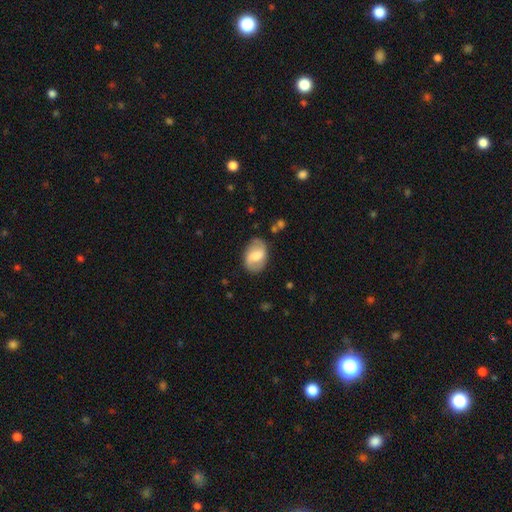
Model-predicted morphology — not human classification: The model was most divided on "smooth or featured": featured or disk: 50%, smooth: 43%, star or artifact: 7%. More confident: edge-on disk — no (96%); merging — none (77%).